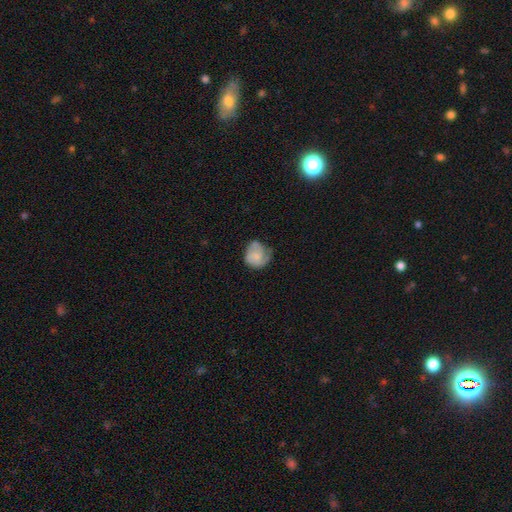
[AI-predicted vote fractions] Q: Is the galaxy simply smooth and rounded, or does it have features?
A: smooth — 59%.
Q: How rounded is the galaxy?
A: round — 75%.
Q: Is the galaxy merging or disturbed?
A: none — 48%.